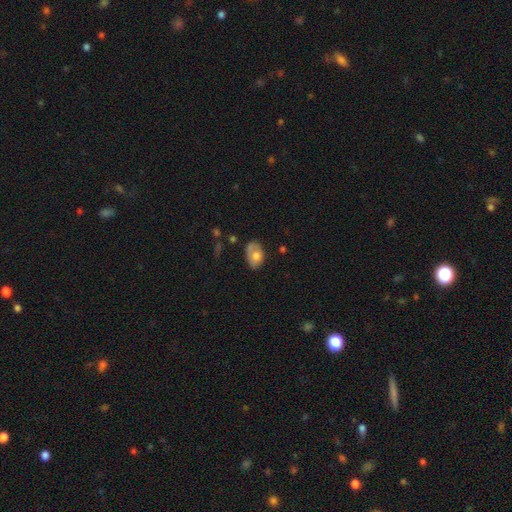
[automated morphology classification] Overall: smooth (67%). How rounded: in between (86%). Merging: none (49%; minor disturbance 34%).